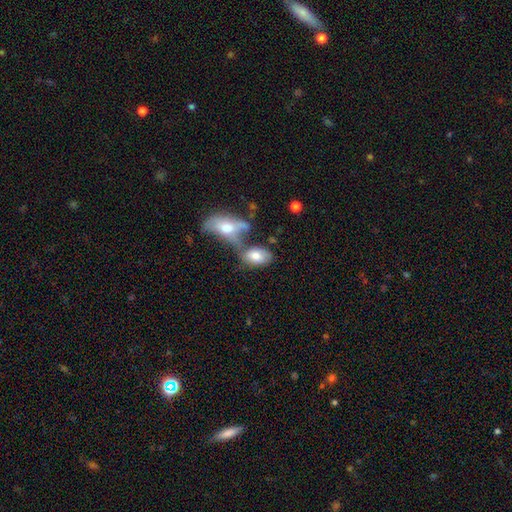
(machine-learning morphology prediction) Q: Smooth or featured?
A: smooth (72%); runner-up: featured or disk (21%)
Q: How rounded?
A: in between (91%); runner-up: round (6%)
Q: Merging?
A: merger (48%); runner-up: none (33%)